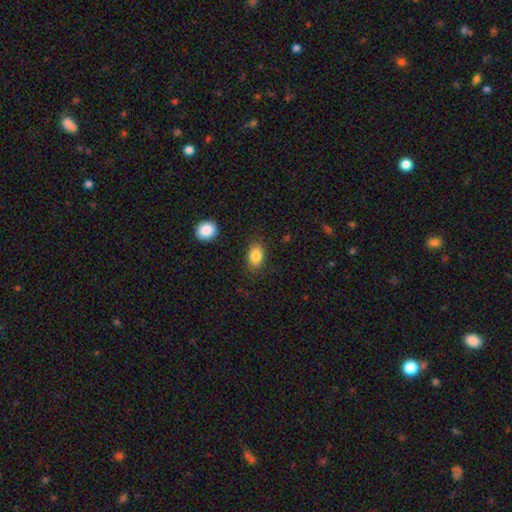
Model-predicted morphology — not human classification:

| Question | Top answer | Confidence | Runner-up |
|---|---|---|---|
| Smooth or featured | smooth | 86% | star or artifact (8%) |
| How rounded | in between | 86% | round (12%) |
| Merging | none | 83% | minor disturbance (11%) |